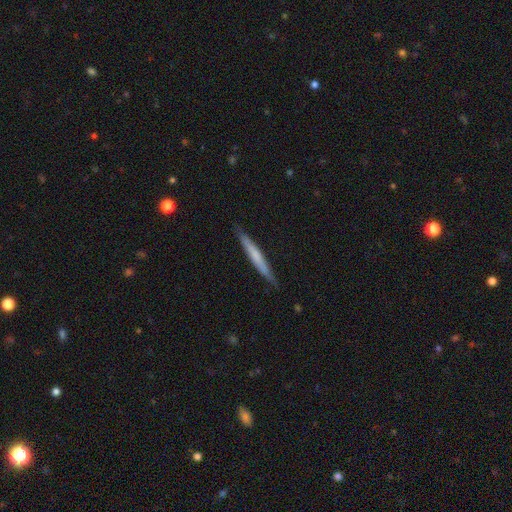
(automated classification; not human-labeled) Smooth or featured? Predicted: smooth (p=0.54). How rounded? Predicted: cigar-shaped (p=0.96). Merging? Predicted: none (p=0.89).